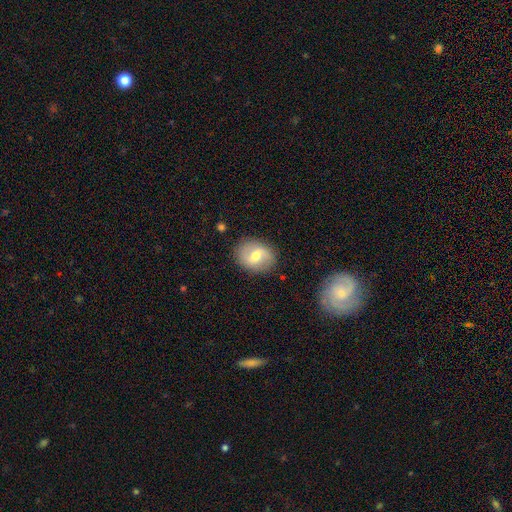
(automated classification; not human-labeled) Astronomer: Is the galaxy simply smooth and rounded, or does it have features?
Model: featured or disk — 52% (runner-up: smooth, 40%).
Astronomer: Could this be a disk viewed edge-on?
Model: no — 96%.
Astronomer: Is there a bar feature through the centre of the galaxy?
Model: weak — 52%.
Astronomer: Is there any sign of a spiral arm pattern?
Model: yes — 70%.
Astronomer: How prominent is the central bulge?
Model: moderate — 65%.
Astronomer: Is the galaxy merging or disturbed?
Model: none — 84%.